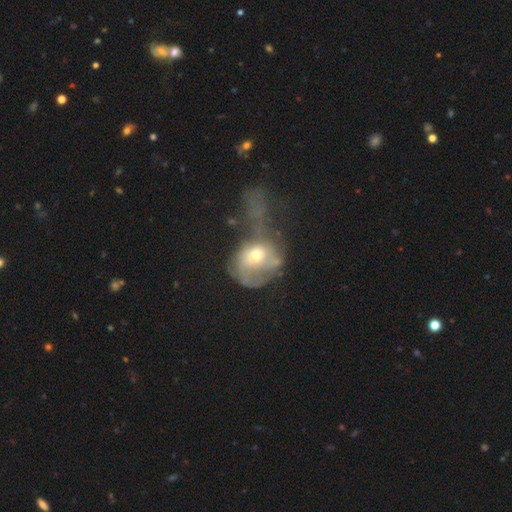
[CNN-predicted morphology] Smooth or featured? Predicted: featured or disk (p=0.47). Merging? Predicted: major disturbance (p=0.61).